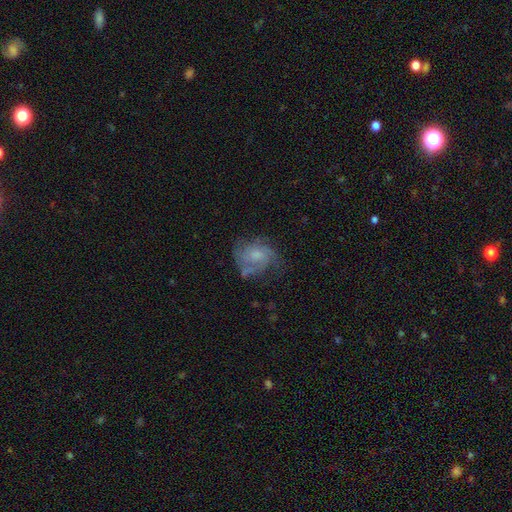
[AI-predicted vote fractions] This is likely a featured or disk galaxy (64%). It is clearly not viewed edge-on (98%). Bar: likely no (69%). Spiral arm pattern: clearly yes (83%). Spiral arm count: marginally can't tell (30%, tied with 2). Spiral winding: marginally medium (44%). Central bulge: marginally moderate (38%, tied with small). Merging: possibly none (54%).